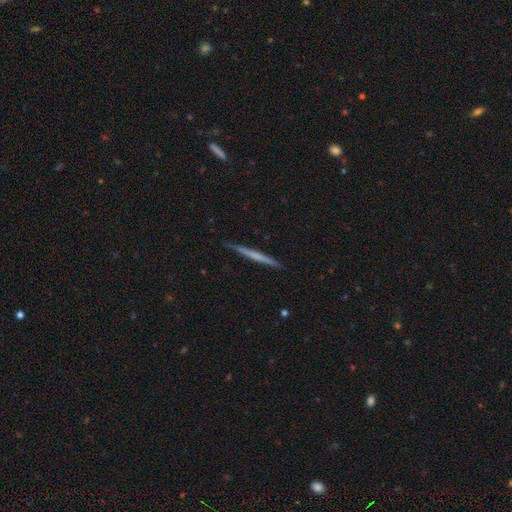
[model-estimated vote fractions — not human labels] smooth-or-featured: featured or disk: 49% | smooth: 46% | star or artifact: 5%
  merging: none: 90% | minor disturbance: 8% | major disturbance: 1% | merger: 1%